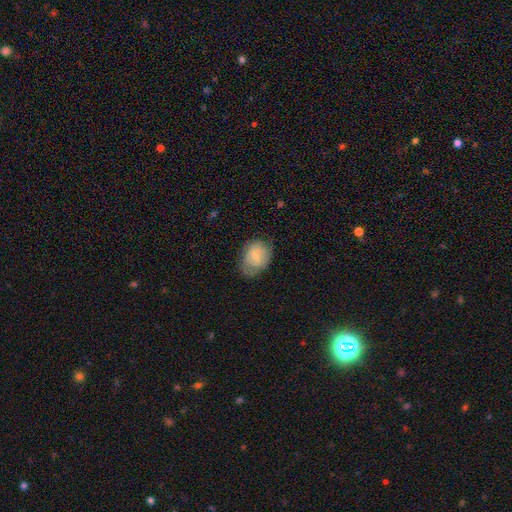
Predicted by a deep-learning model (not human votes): Smooth or featured?
  - smooth: 73% *
  - featured or disk: 20%
  - star or artifact: 7%
How rounded?
  - in between: 64% *
  - round: 35%
  - cigar-shaped: 1%
Merging?
  - none: 59% *
  - minor disturbance: 30%
  - major disturbance: 10%
  - merger: 1%